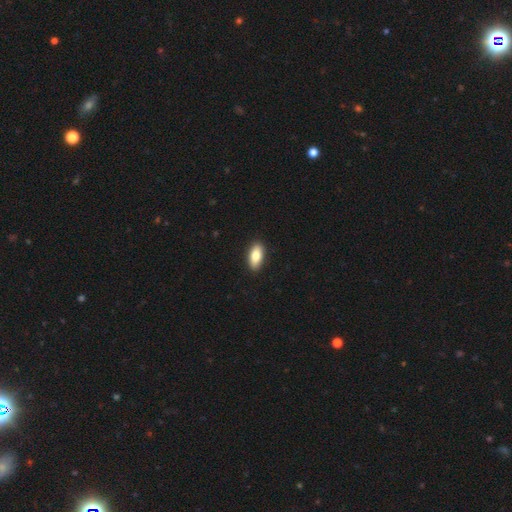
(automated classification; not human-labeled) Morphology: type=smooth (84%); roundness=in between (88%); merging=none (90%).